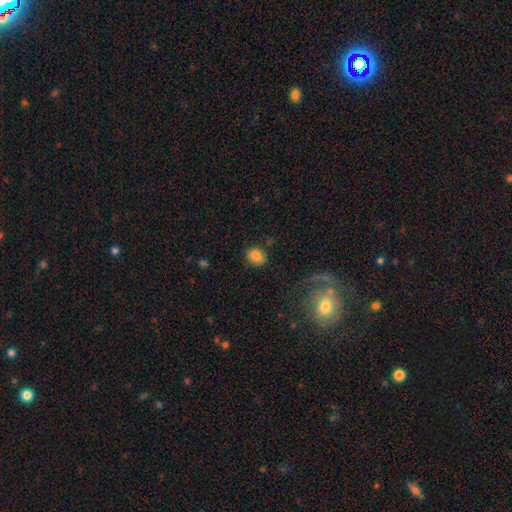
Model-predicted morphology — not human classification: A smooth galaxy with no disk features (82%) that is round (53%). Merging: none (77%).